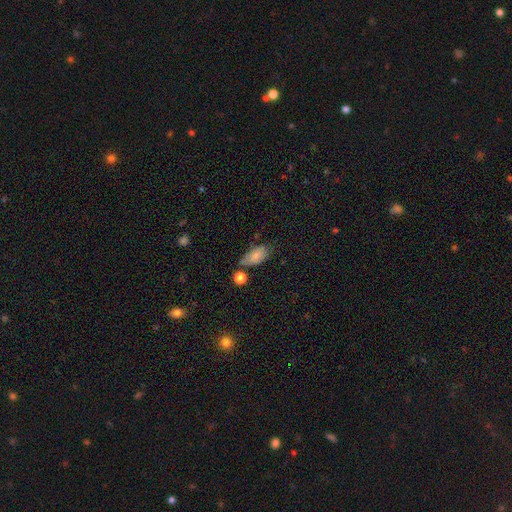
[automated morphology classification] This appears to be a smooth galaxy with no disk features (81%) that is in between round and cigar-shaped (90%). Merging: none (56%).